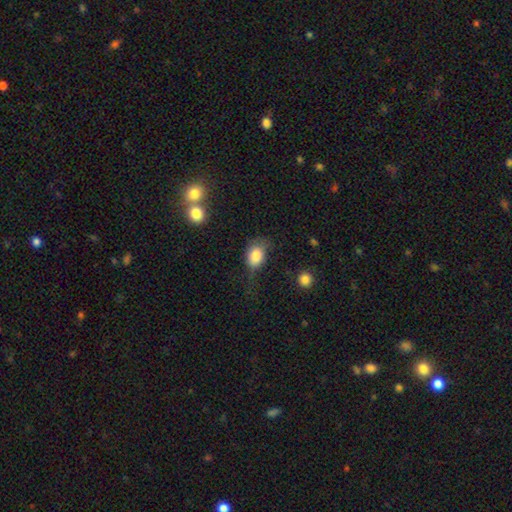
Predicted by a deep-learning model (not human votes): A smooth galaxy with no disk features (82%) that is in between round and cigar-shaped (73%).

Vote fractions:
- Smooth or featured? smooth: 82% / featured or disk: 10% / star or artifact: 8%
- How rounded? in between: 73% / round: 26% / cigar-shaped: 1%
- Merging? none: 42% / minor disturbance: 32% / major disturbance: 22% / merger: 4%